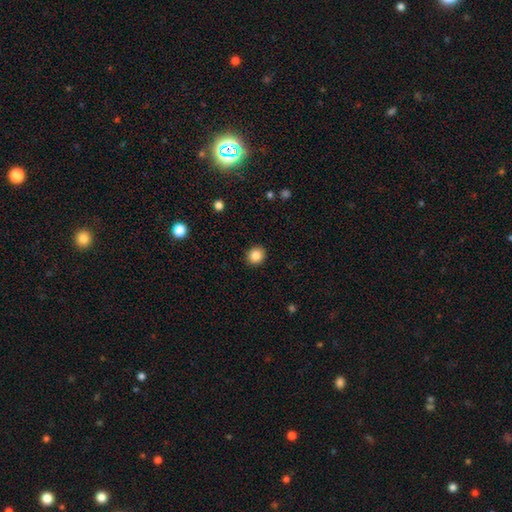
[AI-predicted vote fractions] Smooth or featured? Predicted: smooth (p=0.84). How rounded? Predicted: round (p=0.81). Merging? Predicted: none (p=0.91).